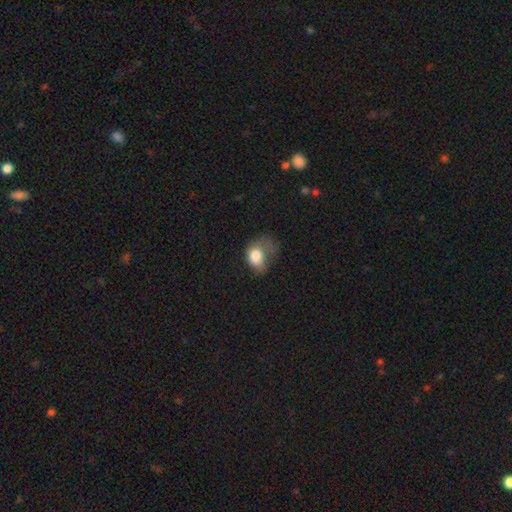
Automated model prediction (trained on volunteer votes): Smooth or featured? smooth (74%)
How rounded? in between (64%)
Merging? major disturbance (51%)